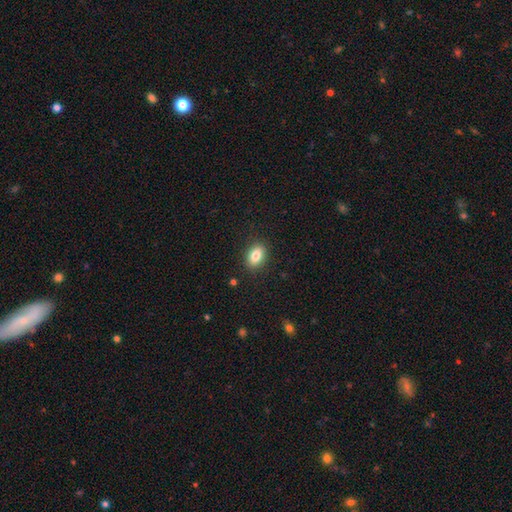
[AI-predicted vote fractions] The model was most divided on "how rounded": in between: 85%, round: 13%, cigar-shaped: 3%. More confident: merging — none (88%); smooth or featured — smooth (84%).